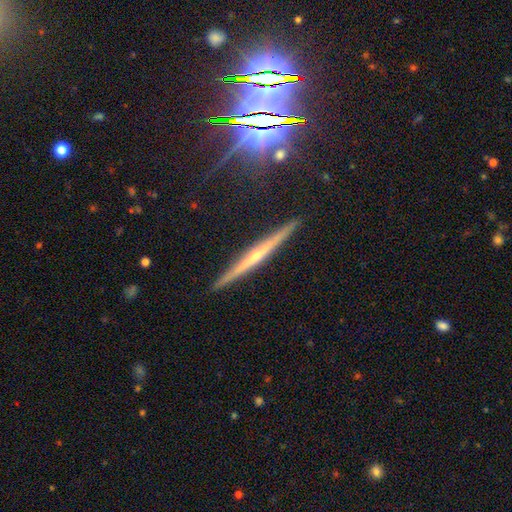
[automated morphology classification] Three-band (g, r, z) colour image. It shows a featured or disk galaxy (72%) viewed edge-on (98%) with a rounded central bulge (60%). Merging: none (91%).